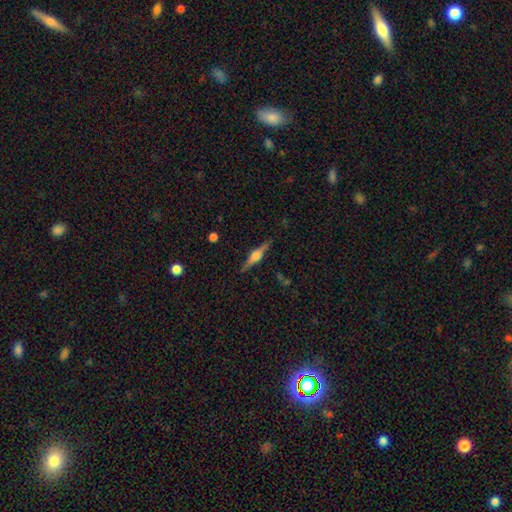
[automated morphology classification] smooth_or_featured: featured or disk (p=0.75) [alt: smooth p=0.18]
disk_edge_on: yes (p=0.98) [alt: no p=0.02]
edge_on_bulge: rounded (p=0.86) [alt: boxy p=0.12]
merging: none (p=0.88) [alt: minor disturbance p=0.08]